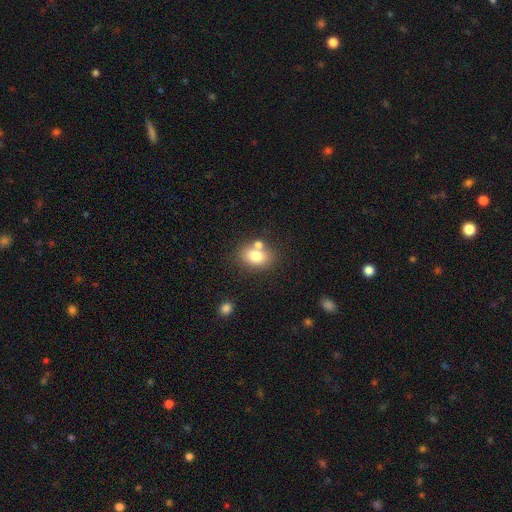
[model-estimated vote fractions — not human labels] Morphology: type=smooth (76%); roundness=in between (67%); merging=none (59%).